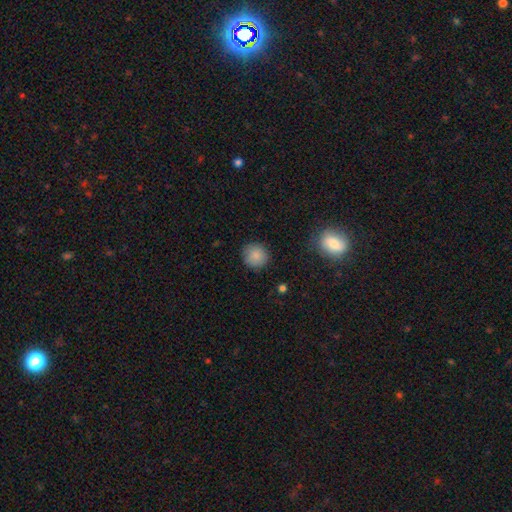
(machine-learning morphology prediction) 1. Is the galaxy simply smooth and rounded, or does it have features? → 86% smooth, 9% star or artifact, 5% featured or disk.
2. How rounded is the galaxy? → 92% round, 7% in between, 1% cigar-shaped.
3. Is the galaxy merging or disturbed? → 87% none, 9% minor disturbance, 2% major disturbance, 1% merger.